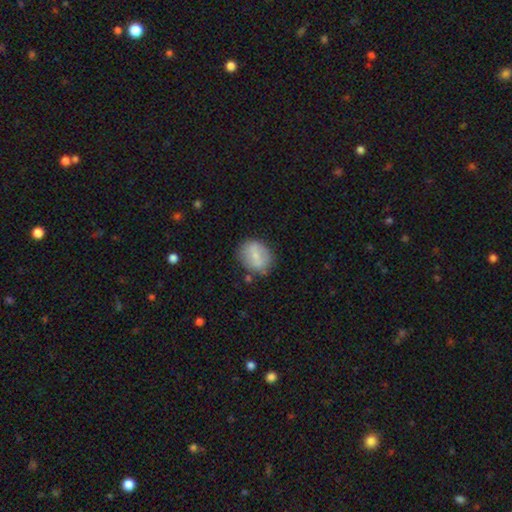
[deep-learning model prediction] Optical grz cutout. It shows a smooth galaxy with no disk features (60%) that is in between round and cigar-shaped (50%). Merging: none (74%).